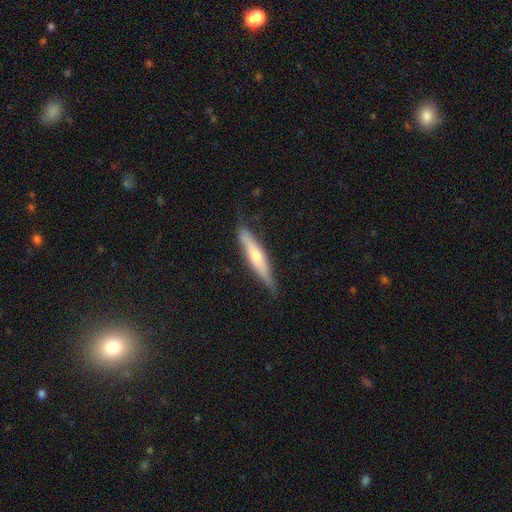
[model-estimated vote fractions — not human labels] A featured or disk galaxy (50%) viewed edge-on (86%). Merging: none (76%).